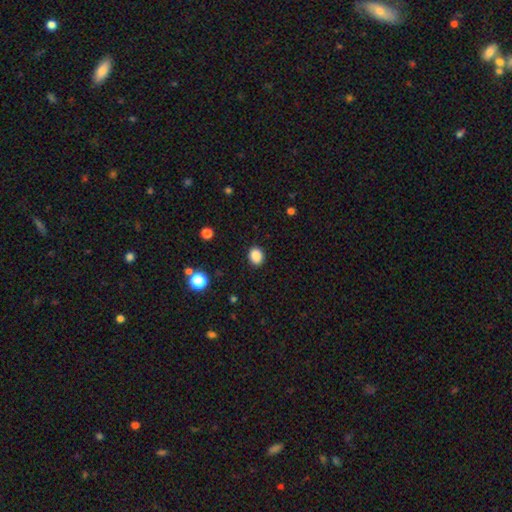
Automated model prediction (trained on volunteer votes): This is clearly a smooth galaxy (87%). How rounded: possibly in between (53%). Merging: clearly none (89%).